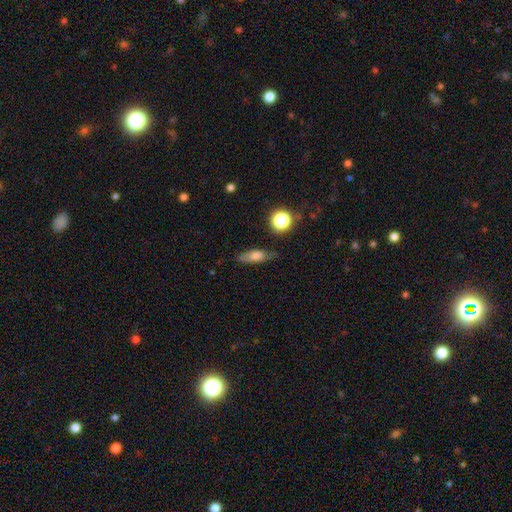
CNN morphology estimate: The model was most divided on "how rounded": in between: 56%, cigar-shaped: 37%, round: 7%. More confident: smooth or featured — smooth (68%); merging — none (66%).